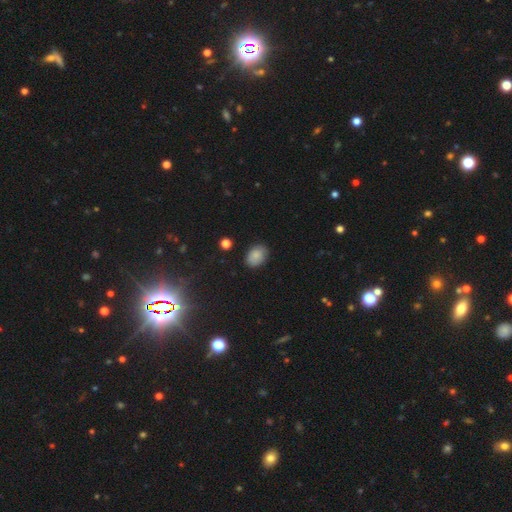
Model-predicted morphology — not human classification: This is clearly a smooth galaxy (84%). How rounded: clearly in between (81%). Merging: clearly none (85%).